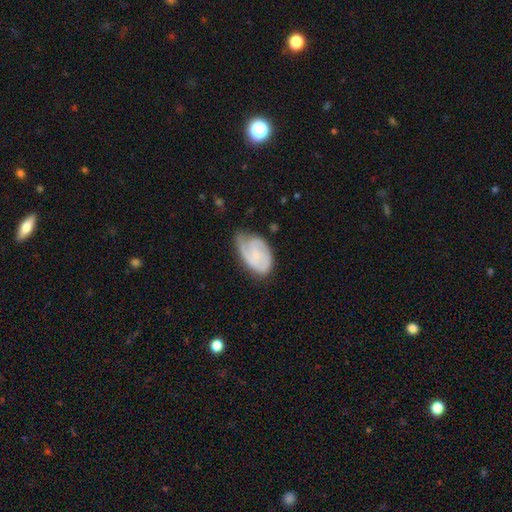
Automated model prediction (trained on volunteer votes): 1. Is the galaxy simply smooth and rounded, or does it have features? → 66% featured or disk, 28% smooth, 6% star or artifact.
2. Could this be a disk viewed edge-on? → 97% no, 3% yes.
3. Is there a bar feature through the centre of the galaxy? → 63% no, 32% weak, 6% strong.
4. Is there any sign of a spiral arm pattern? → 90% yes, 10% no.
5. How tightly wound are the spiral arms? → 48% tight, 38% medium, 14% loose.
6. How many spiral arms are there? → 45% 2, 22% can't tell, 16% 1, 13% 3, 2% 4, 2% more than 4.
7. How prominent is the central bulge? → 59% small, 22% none, 17% moderate, 1% large, 1% dominant.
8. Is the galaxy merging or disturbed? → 48% none, 35% minor disturbance, 14% major disturbance, 2% merger.